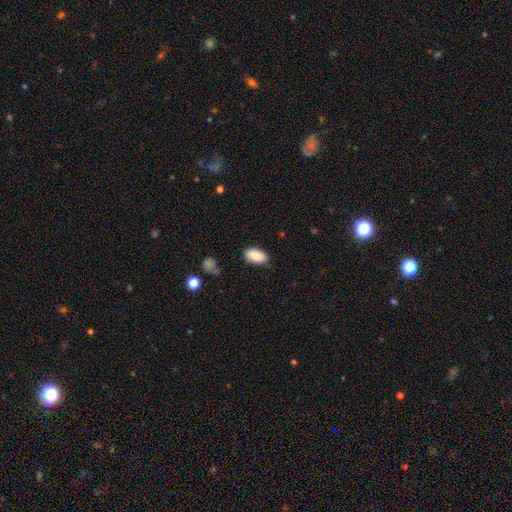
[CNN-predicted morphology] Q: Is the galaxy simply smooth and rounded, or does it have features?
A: smooth — 88%.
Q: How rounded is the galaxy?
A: in between — 94%.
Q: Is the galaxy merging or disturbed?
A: none — 78%.